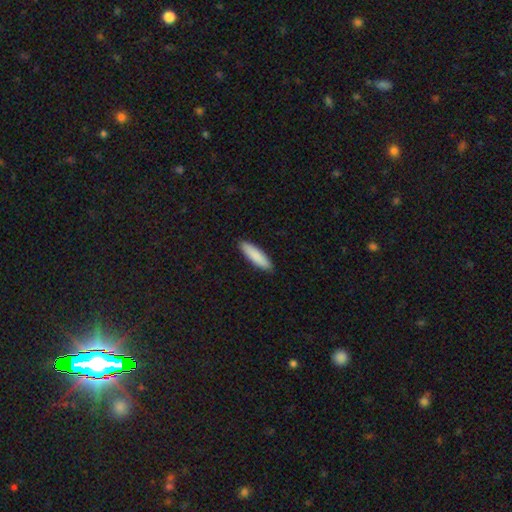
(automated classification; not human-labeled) Smooth or featured: smooth — 88% (featured or disk — 7%)
How rounded: cigar-shaped — 68% (in between — 31%)
Merging: none — 90% (minor disturbance — 8%)